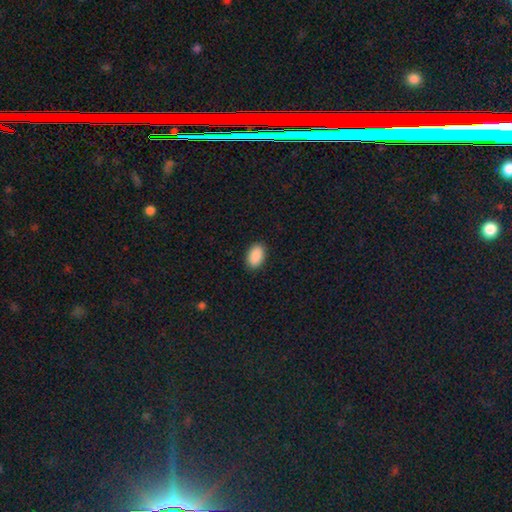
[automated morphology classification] Smooth or featured?
  - smooth: 91% *
  - star or artifact: 7%
  - featured or disk: 2%
How rounded?
  - in between: 92% *
  - round: 7%
  - cigar-shaped: 1%
Merging?
  - none: 90% *
  - minor disturbance: 7%
  - major disturbance: 2%
  - merger: 1%